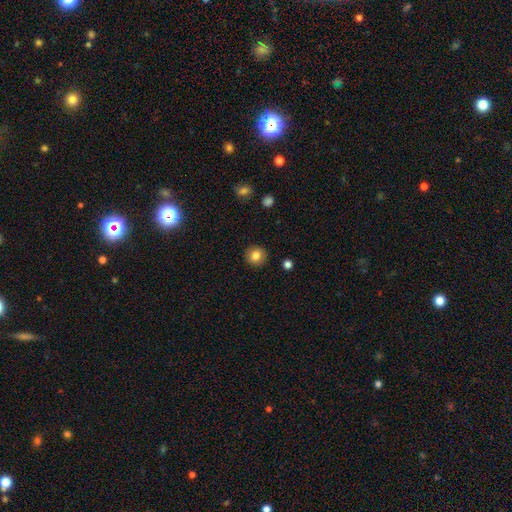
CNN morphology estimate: smooth-or-featured: smooth: 83% | star or artifact: 10% | featured or disk: 7%
  how-rounded: round: 90% | in between: 9% | cigar-shaped: 1%
  merging: none: 91% | minor disturbance: 6% | major disturbance: 2% | merger: 1%